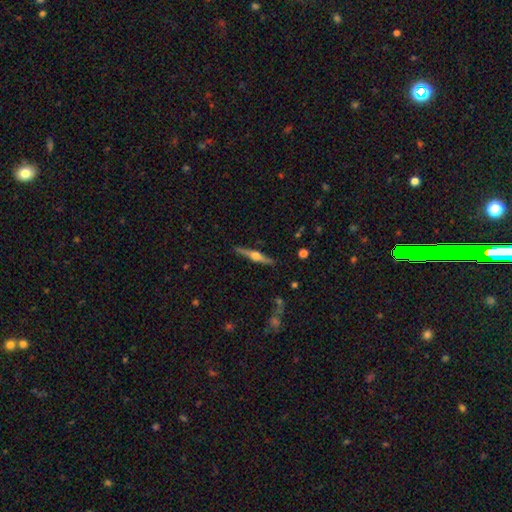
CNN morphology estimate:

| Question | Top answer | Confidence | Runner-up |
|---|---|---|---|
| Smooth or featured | featured or disk | 76% | smooth (18%) |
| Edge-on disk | yes | 98% | no (2%) |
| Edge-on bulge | rounded | 93% | boxy (4%) |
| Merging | none | 89% | minor disturbance (8%) |